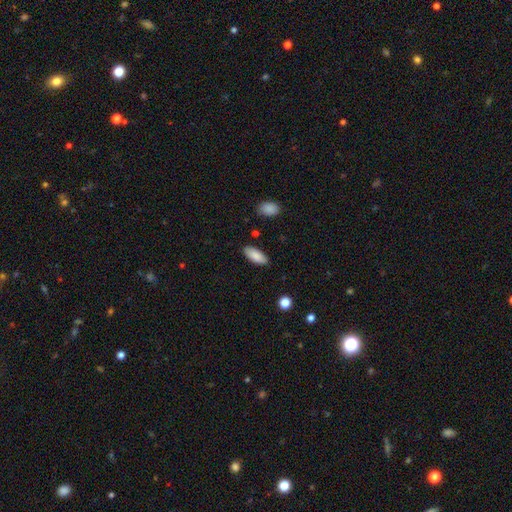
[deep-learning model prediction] Q: Smooth or featured?
A: smooth (86%); runner-up: featured or disk (7%)
Q: How rounded?
A: in between (84%); runner-up: cigar-shaped (14%)
Q: Merging?
A: none (86%); runner-up: minor disturbance (10%)